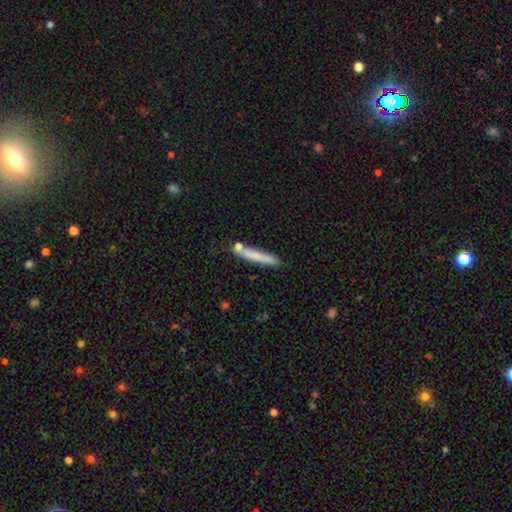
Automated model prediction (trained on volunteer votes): Smooth or featured? smooth (72%)
How rounded? cigar-shaped (94%)
Merging? none (73%)